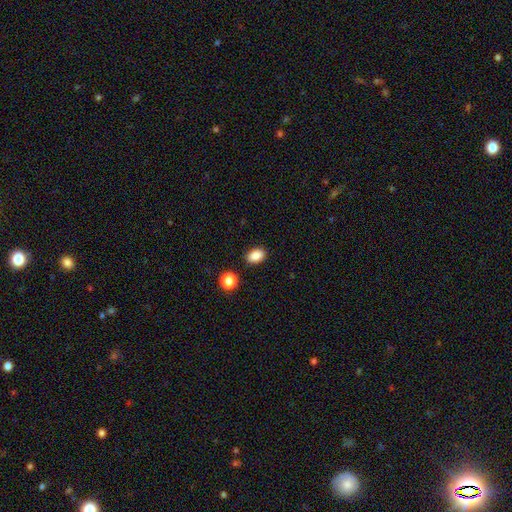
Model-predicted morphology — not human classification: type=smooth (87%); roundness=in between (84%); merging=none (87%).